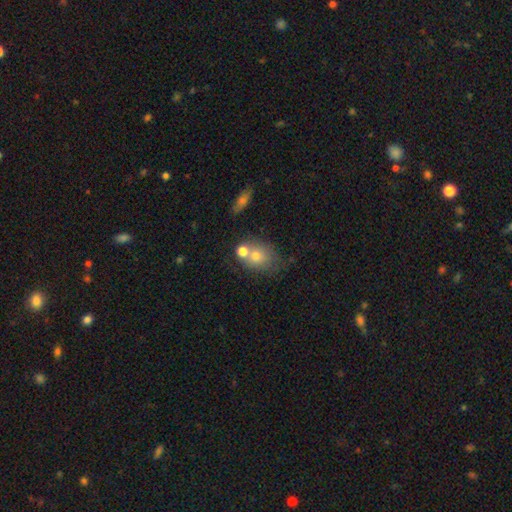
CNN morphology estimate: Q: Smooth or featured?
A: smooth (71%); runner-up: featured or disk (19%)
Q: How rounded?
A: in between (50%); runner-up: round (49%)
Q: Merging?
A: none (44%); runner-up: merger (34%)